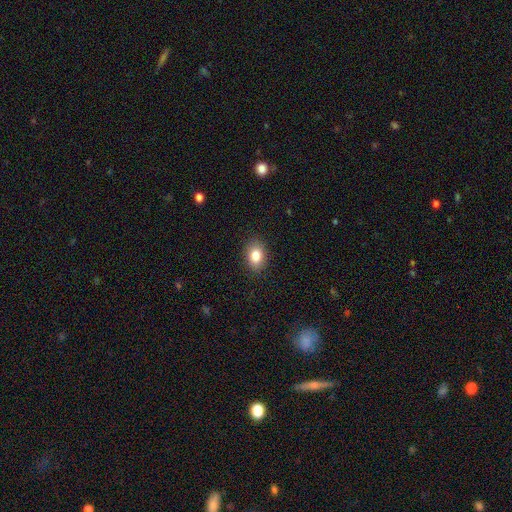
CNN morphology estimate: smooth_or_featured: smooth (p=0.83) [alt: star or artifact p=0.09]
how_rounded: in between (p=0.75) [alt: round p=0.23]
merging: none (p=0.89) [alt: minor disturbance p=0.08]